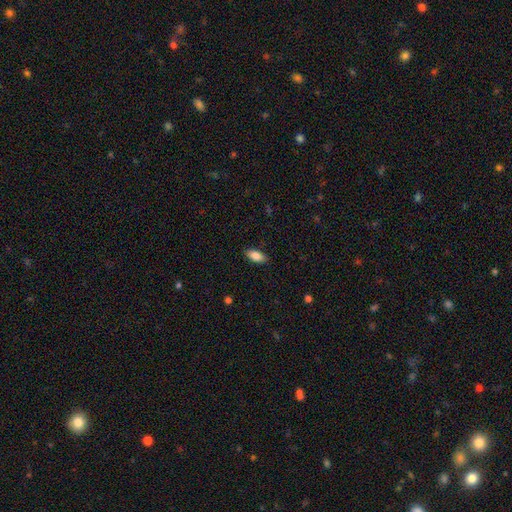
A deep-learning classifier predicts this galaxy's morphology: Smooth or featured? smooth (84%)
How rounded? in between (87%)
Merging? none (88%)